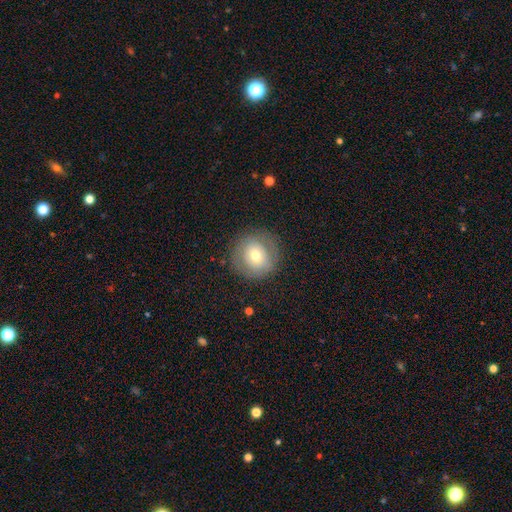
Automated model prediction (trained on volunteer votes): Smooth or featured?
  - smooth: 60% *
  - featured or disk: 32%
  - star or artifact: 9%
How rounded?
  - round: 89% *
  - in between: 10%
  - cigar-shaped: 1%
Merging?
  - none: 82% *
  - minor disturbance: 11%
  - major disturbance: 5%
  - merger: 1%